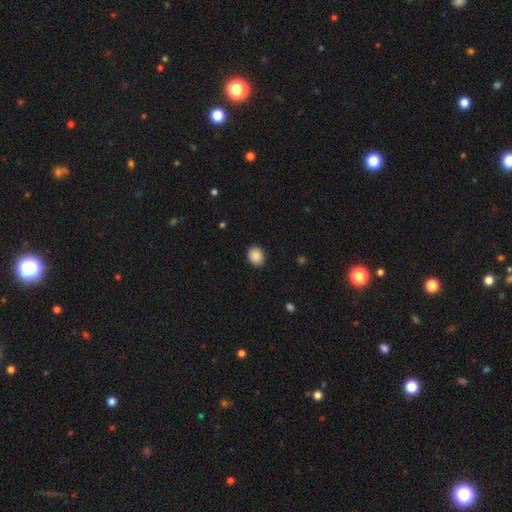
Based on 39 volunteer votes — smooth_or_featured: smooth (p=0.90) [alt: star or artifact p=0.08]
how_rounded: in between (p=0.60) [alt: round p=0.40]
merging: none (p=0.83) [alt: minor disturbance p=0.08]